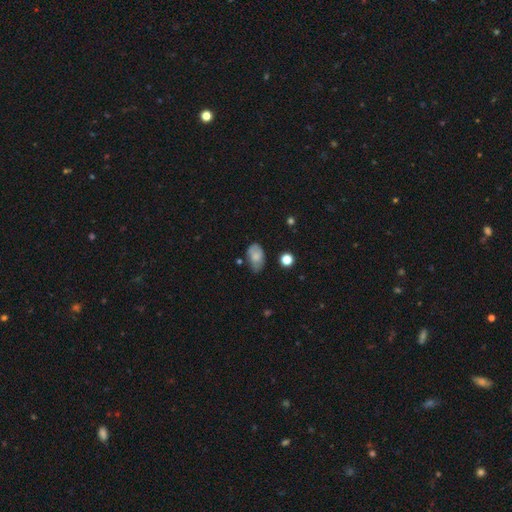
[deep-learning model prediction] smooth 73%, featured or disk 19%, star or artifact 8%. Down the decision tree: how rounded — in between (90%); merging — none (56%).